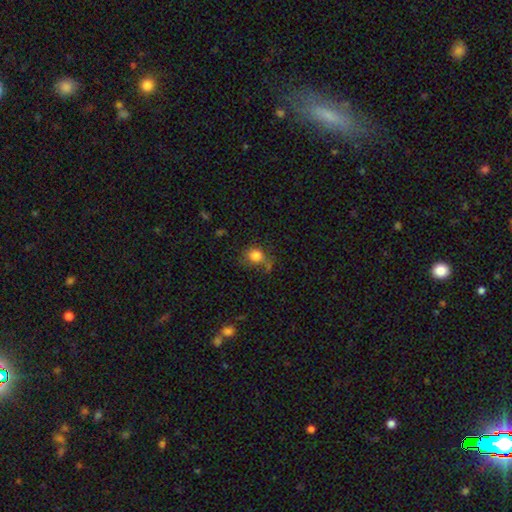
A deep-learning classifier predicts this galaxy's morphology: type=smooth (82%); roundness=round (77%); merging=none (59%).